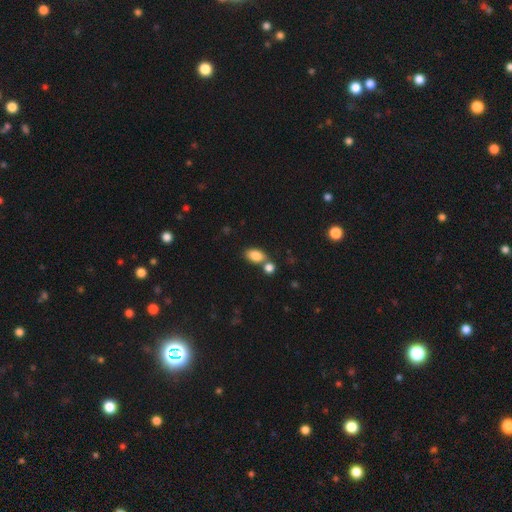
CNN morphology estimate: Smooth or featured: smooth — 85% (star or artifact — 8%)
How rounded: in between — 89% (round — 9%)
Merging: none — 55% (merger — 31%)